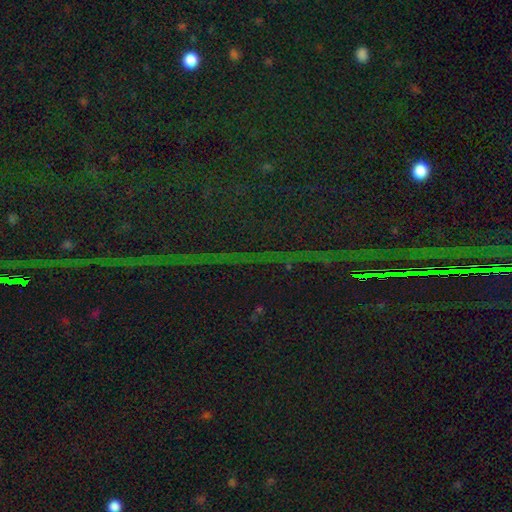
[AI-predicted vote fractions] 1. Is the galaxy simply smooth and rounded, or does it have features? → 87% star or artifact, 7% featured or disk, 7% smooth.